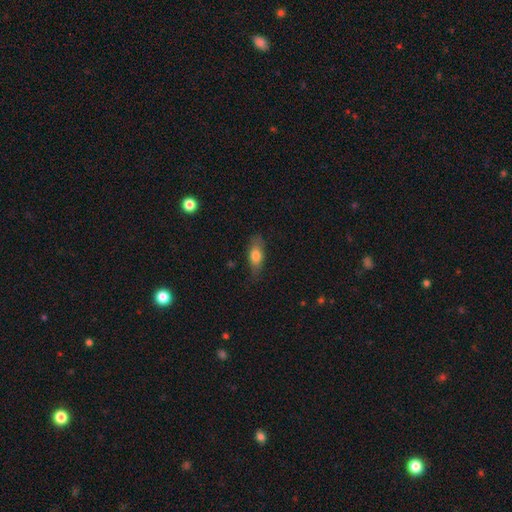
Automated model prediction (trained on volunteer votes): The model was most divided on "how rounded": in between: 70%, cigar-shaped: 25%, round: 5%. More confident: merging — none (75%); smooth or featured — smooth (70%).